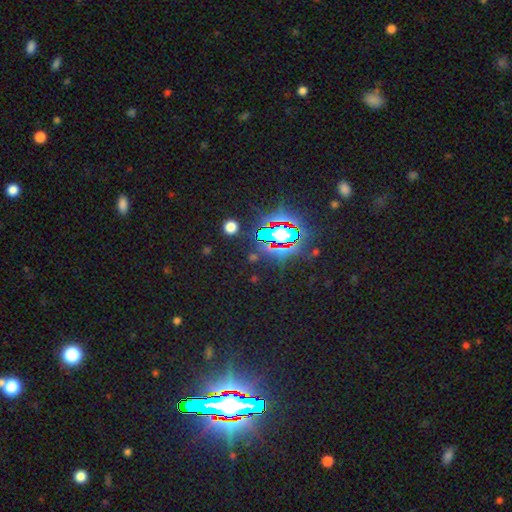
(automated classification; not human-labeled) This is clearly a star or artifact rather than a galaxy (85%).